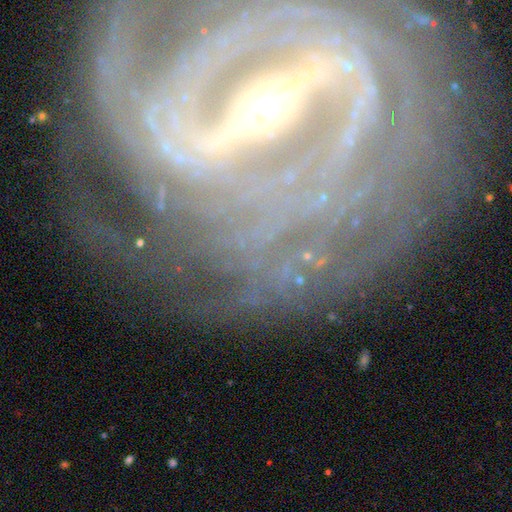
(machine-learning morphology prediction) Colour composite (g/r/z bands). It shows a featured or disk galaxy (91%) with a strong bar (79%), tight (73%) spiral arms (93%) and a small central bulge (55%). Merging: none (72%).